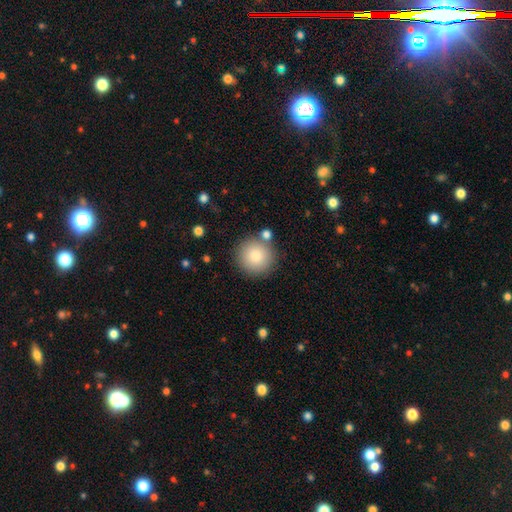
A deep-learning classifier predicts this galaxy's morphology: smooth 84%, star or artifact 8%, featured or disk 8%. Down the decision tree: how rounded — round (94%); merging — none (81%).